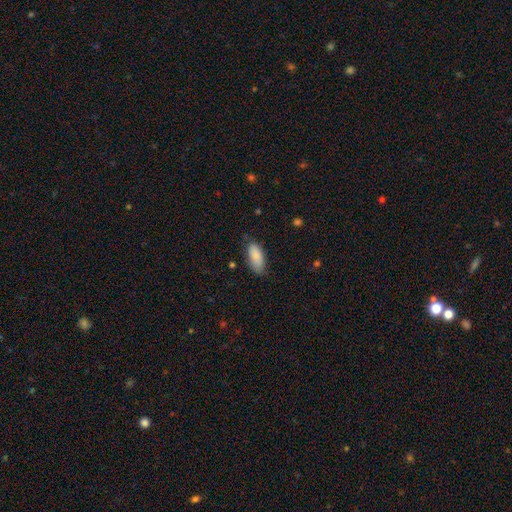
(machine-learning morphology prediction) Q: Smooth or featured?
A: smooth (86%); runner-up: featured or disk (8%)
Q: How rounded?
A: in between (88%); runner-up: cigar-shaped (10%)
Q: Merging?
A: none (70%); runner-up: minor disturbance (24%)